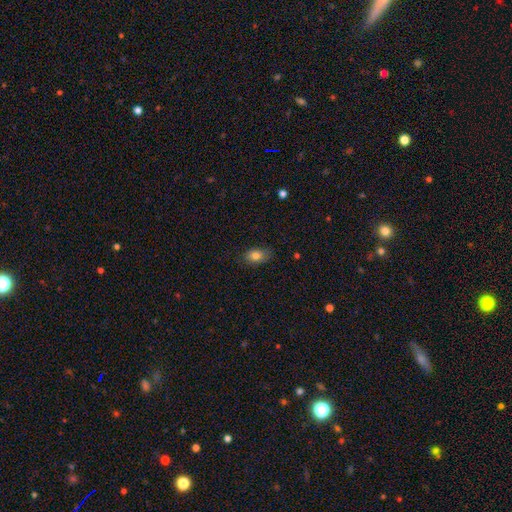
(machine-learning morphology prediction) Q: Smooth or featured?
A: smooth (80%); runner-up: featured or disk (10%)
Q: How rounded?
A: in between (83%); runner-up: round (15%)
Q: Merging?
A: none (78%); runner-up: minor disturbance (18%)